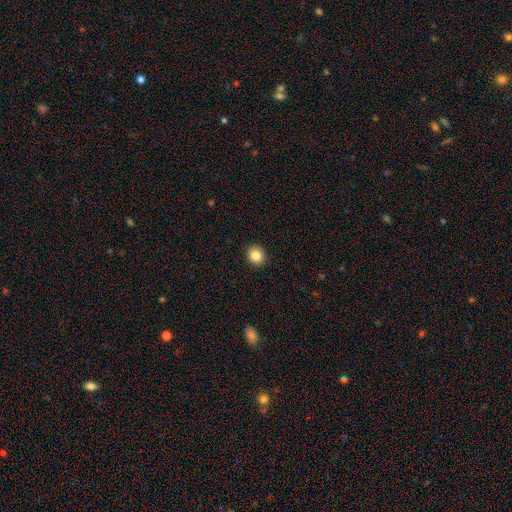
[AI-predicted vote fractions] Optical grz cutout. It shows a smooth galaxy with no disk features (84%) that is round (81%). Merging: none (92%).